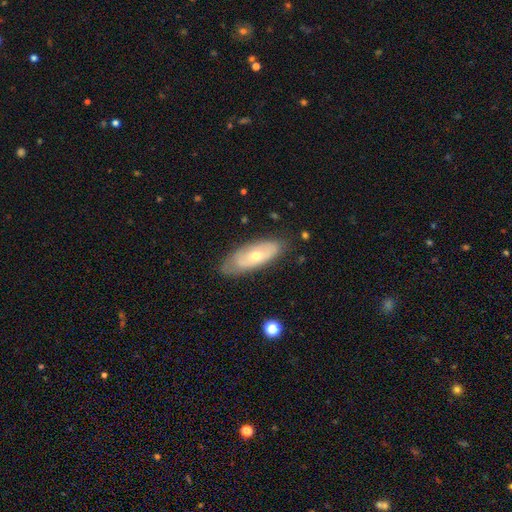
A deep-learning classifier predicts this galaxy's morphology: Smooth or featured? featured or disk (51%)
Edge-on disk? no (80%)
Merging? none (73%)